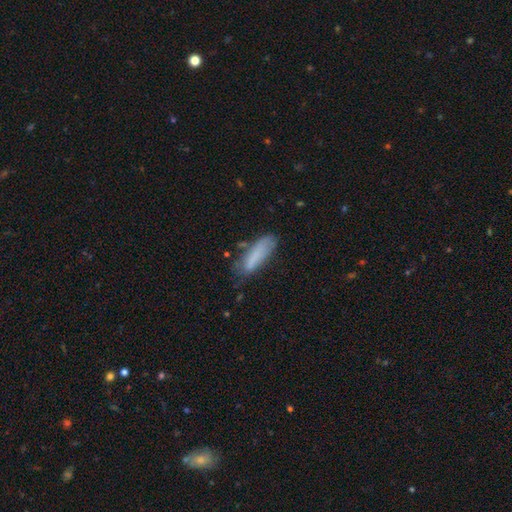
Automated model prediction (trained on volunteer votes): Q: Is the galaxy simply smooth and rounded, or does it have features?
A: smooth — 78%.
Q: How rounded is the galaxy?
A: cigar-shaped — 57%.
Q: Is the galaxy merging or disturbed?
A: none — 55%.